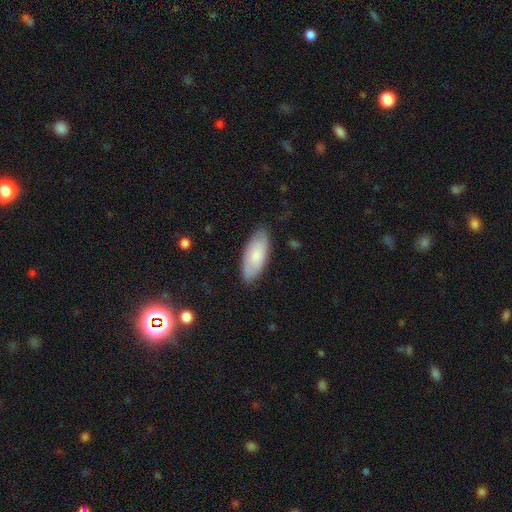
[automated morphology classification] Smooth or featured?
  - smooth: 77% *
  - featured or disk: 17%
  - star or artifact: 6%
How rounded?
  - in between: 86% *
  - cigar-shaped: 12%
  - round: 2%
Merging?
  - none: 81% *
  - minor disturbance: 15%
  - major disturbance: 3%
  - merger: 1%